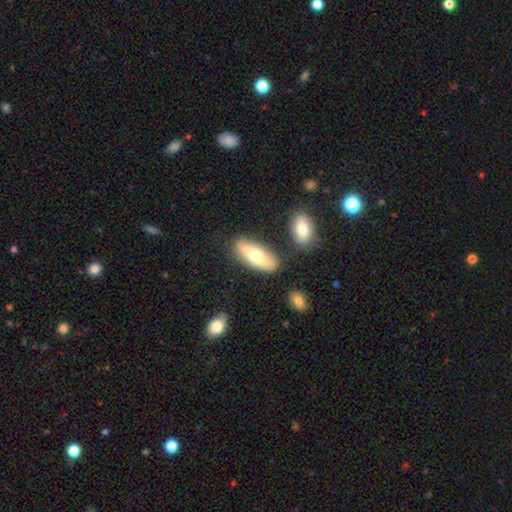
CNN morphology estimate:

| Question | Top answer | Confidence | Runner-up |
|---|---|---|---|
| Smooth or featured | smooth | 62% | featured or disk (32%) |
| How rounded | in between | 73% | cigar-shaped (24%) |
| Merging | none | 80% | minor disturbance (12%) |